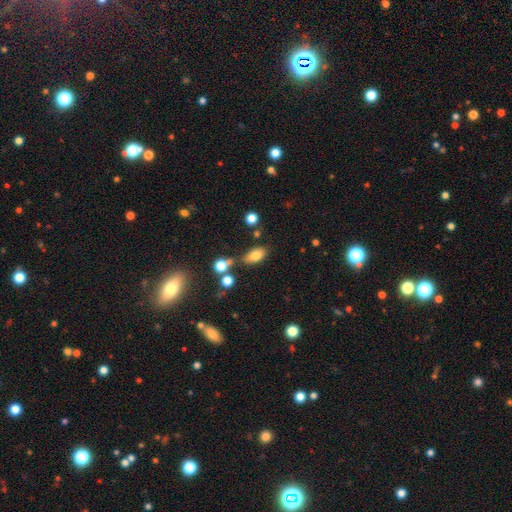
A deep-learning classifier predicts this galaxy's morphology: Smooth or featured? smooth (77%)
How rounded? in between (87%)
Merging? none (63%)